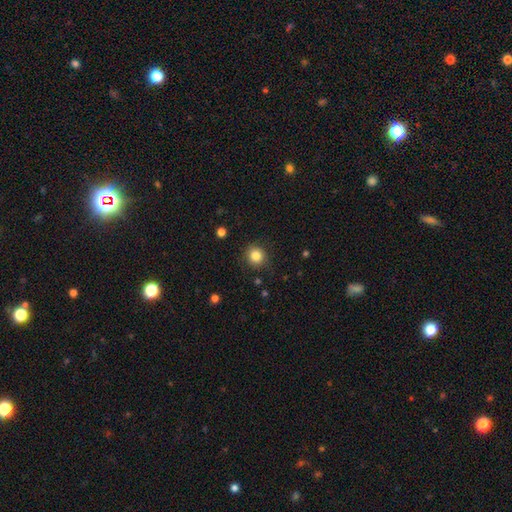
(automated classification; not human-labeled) A smooth galaxy with no disk features (83%) that is round (89%).

Vote fractions:
- Smooth or featured? smooth: 83% / star or artifact: 11% / featured or disk: 5%
- How rounded? round: 89% / in between: 10% / cigar-shaped: 1%
- Merging? none: 87% / minor disturbance: 9% / major disturbance: 3% / merger: 1%